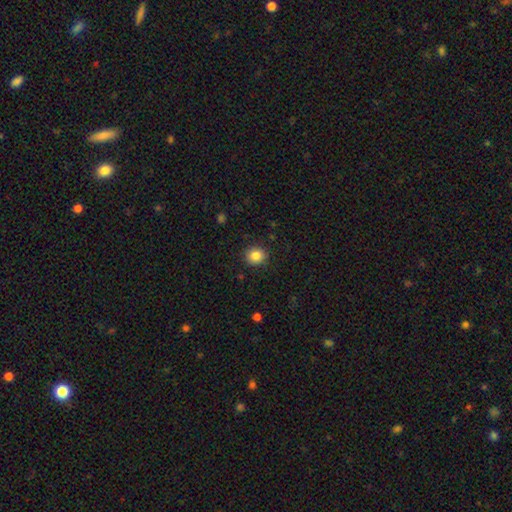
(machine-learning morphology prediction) Q: Smooth or featured?
A: smooth (85%); runner-up: star or artifact (10%)
Q: How rounded?
A: round (81%); runner-up: in between (18%)
Q: Merging?
A: none (89%); runner-up: minor disturbance (8%)